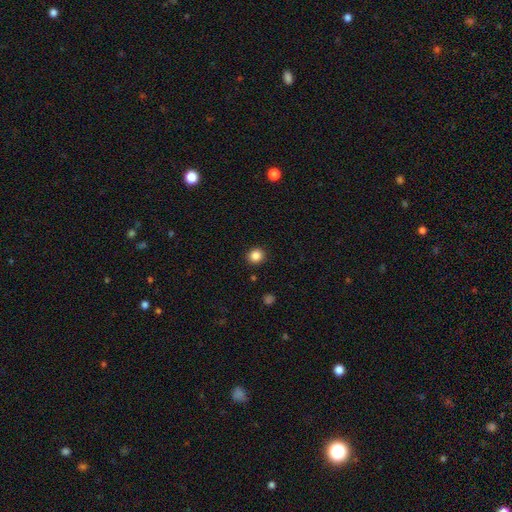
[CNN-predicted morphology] smooth 86%, star or artifact 11%, featured or disk 3%. Down the decision tree: how rounded — round (88%); merging — none (91%).